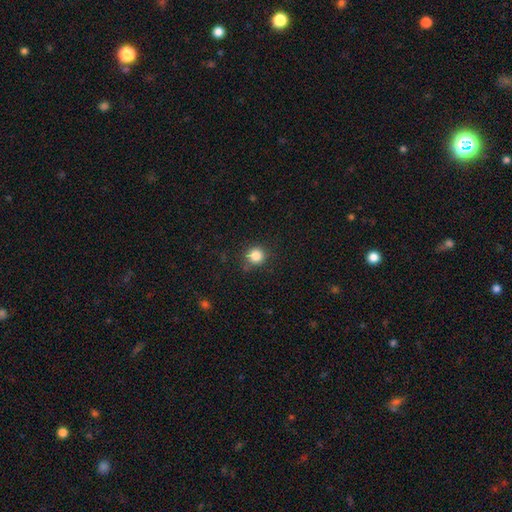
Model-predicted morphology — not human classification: Smooth or featured? smooth (84%)
How rounded? round (91%)
Merging? none (81%)